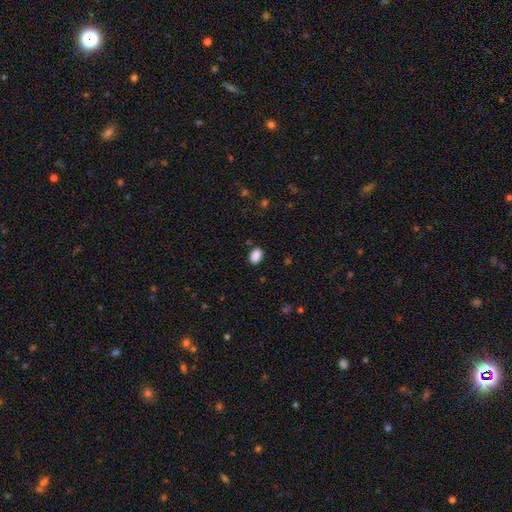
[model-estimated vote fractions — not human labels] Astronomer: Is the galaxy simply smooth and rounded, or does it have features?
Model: smooth — 88%.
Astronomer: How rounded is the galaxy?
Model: in between — 79%.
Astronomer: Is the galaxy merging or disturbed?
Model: none — 85%.